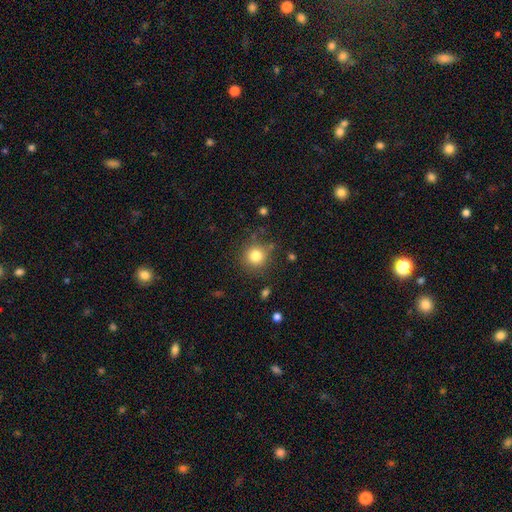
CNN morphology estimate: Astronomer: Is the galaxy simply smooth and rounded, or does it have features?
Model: smooth — 81%.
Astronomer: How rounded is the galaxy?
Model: round — 92%.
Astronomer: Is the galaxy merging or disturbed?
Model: none — 82%.